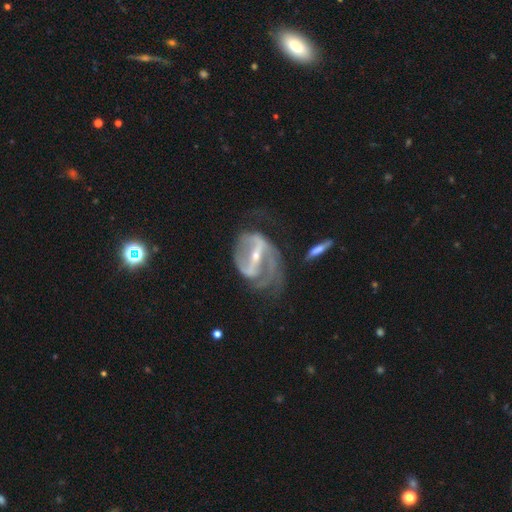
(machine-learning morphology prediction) smooth_or_featured: featured or disk (p=0.89) [alt: smooth p=0.06]
disk_edge_on: no (p=0.95) [alt: yes p=0.05]
bar: strong (p=0.76) [alt: weak p=0.18]
has_spiral_arms: yes (p=0.89) [alt: no p=0.11]
spiral_winding: medium (p=0.44) [alt: loose p=0.29]
spiral_arm_count: 2 (p=0.70) [alt: can't tell p=0.11]
bulge_size: small (p=0.66) [alt: moderate p=0.30]
merging: none (p=0.38) [alt: major disturbance p=0.35]